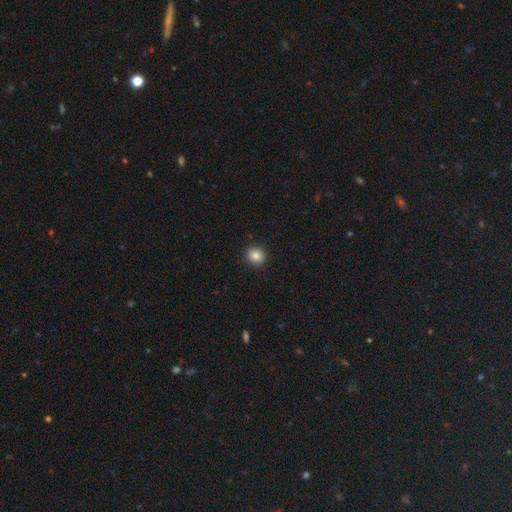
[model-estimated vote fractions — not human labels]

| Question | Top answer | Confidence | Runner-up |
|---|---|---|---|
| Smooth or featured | smooth | 86% | star or artifact (10%) |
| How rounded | round | 79% | in between (20%) |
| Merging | none | 91% | minor disturbance (6%) |